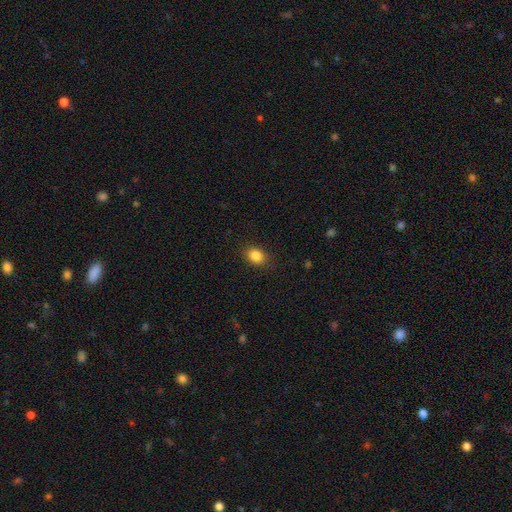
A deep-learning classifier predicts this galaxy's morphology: smooth_or_featured: smooth (p=0.85) [alt: star or artifact p=0.10]
how_rounded: in between (p=0.60) [alt: round p=0.38]
merging: none (p=0.86) [alt: minor disturbance p=0.10]